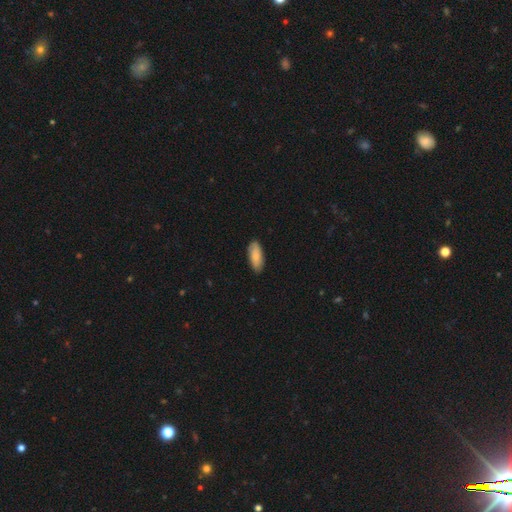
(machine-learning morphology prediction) Smooth or featured?
  - smooth: 79% *
  - featured or disk: 15%
  - star or artifact: 6%
How rounded?
  - in between: 81% *
  - cigar-shaped: 17%
  - round: 2%
Merging?
  - none: 86% *
  - minor disturbance: 11%
  - major disturbance: 2%
  - merger: 1%